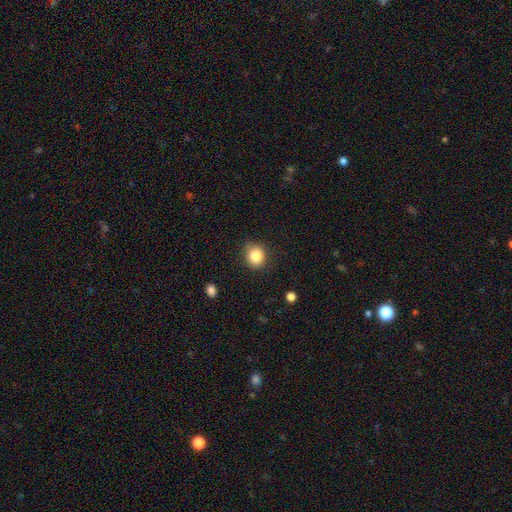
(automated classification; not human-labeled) Smooth or featured?
  - smooth: 84% *
  - star or artifact: 10%
  - featured or disk: 6%
How rounded?
  - round: 79% *
  - in between: 20%
  - cigar-shaped: 1%
Merging?
  - none: 84% *
  - minor disturbance: 12%
  - major disturbance: 3%
  - merger: 1%